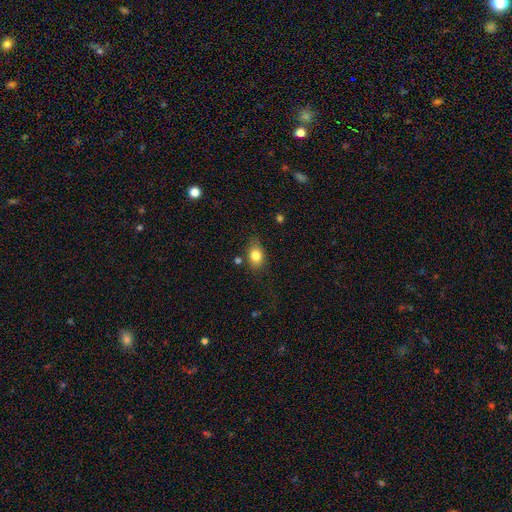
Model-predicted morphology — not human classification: Smooth or featured: smooth — 82% (star or artifact — 9%)
How rounded: in between — 69% (round — 29%)
Merging: none — 70% (minor disturbance — 20%)